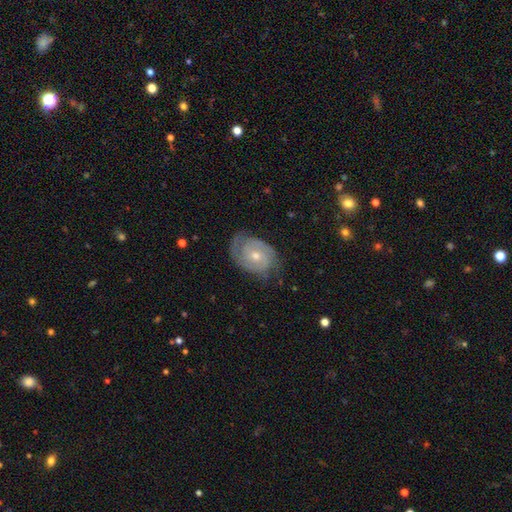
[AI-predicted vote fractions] Q: Smooth or featured?
A: featured or disk (84%); runner-up: smooth (10%)
Q: Edge-on disk?
A: no (97%); runner-up: yes (3%)
Q: Bar?
A: no (70%); runner-up: weak (25%)
Q: Spiral arms?
A: yes (95%); runner-up: no (5%)
Q: Spiral winding?
A: tight (68%); runner-up: medium (26%)
Q: Spiral arm count?
A: 2 (63%); runner-up: can't tell (17%)
Q: Bulge size?
A: moderate (54%); runner-up: small (42%)
Q: Merging?
A: none (75%); runner-up: minor disturbance (18%)